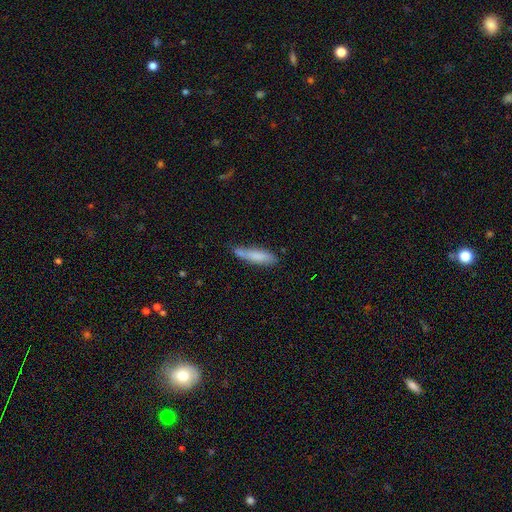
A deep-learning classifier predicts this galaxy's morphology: Smooth or featured?
  - smooth: 76% *
  - featured or disk: 17%
  - star or artifact: 6%
How rounded?
  - cigar-shaped: 75% *
  - in between: 23%
  - round: 2%
Merging?
  - none: 60% *
  - minor disturbance: 27%
  - merger: 7%
  - major disturbance: 6%